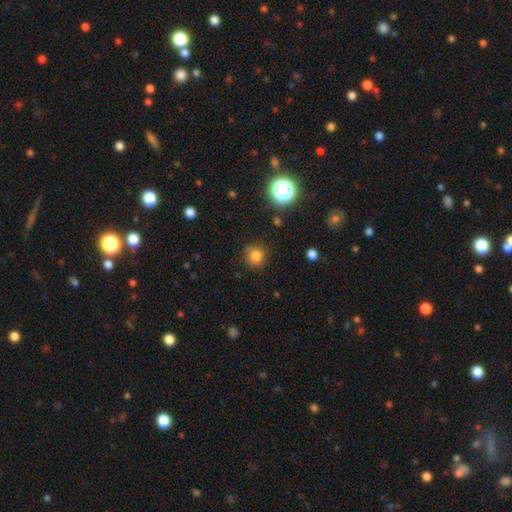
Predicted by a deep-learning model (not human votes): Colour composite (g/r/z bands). It shows a smooth galaxy with no disk features (79%) that is round (92%). Merging: none (86%).